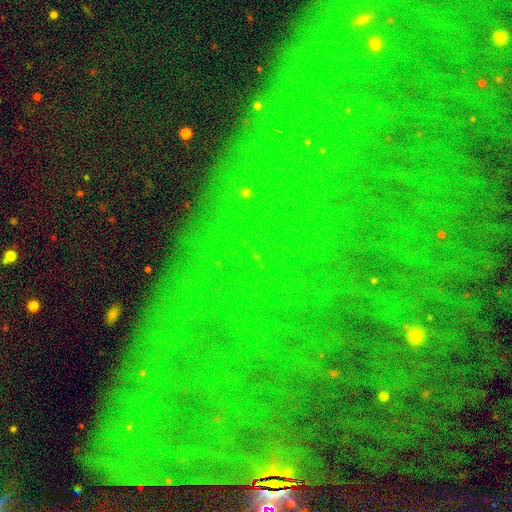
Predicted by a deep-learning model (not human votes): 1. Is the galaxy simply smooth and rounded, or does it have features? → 84% star or artifact, 8% smooth, 8% featured or disk.